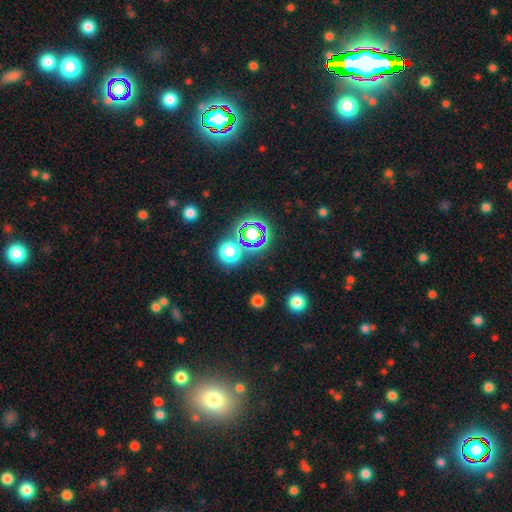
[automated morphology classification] This appears to be a star or artifact, not a galaxy (73%).